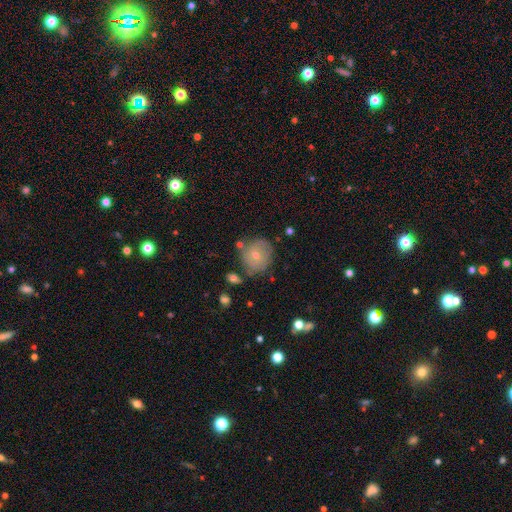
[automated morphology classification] A smooth galaxy with no disk features (55%) that is round (83%). Merging: none (65%).